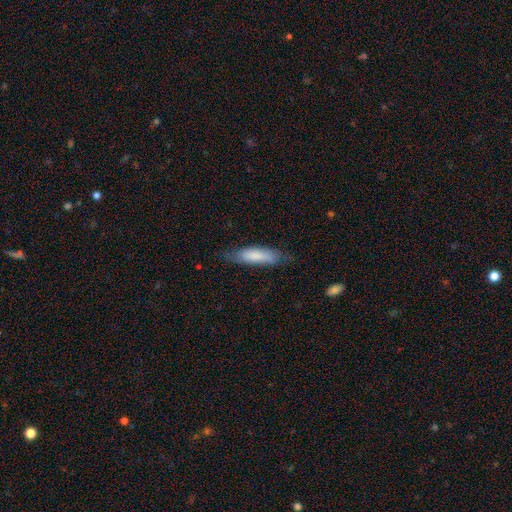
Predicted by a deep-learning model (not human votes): Smooth or featured? smooth (76%)
How rounded? cigar-shaped (64%)
Merging? none (71%)